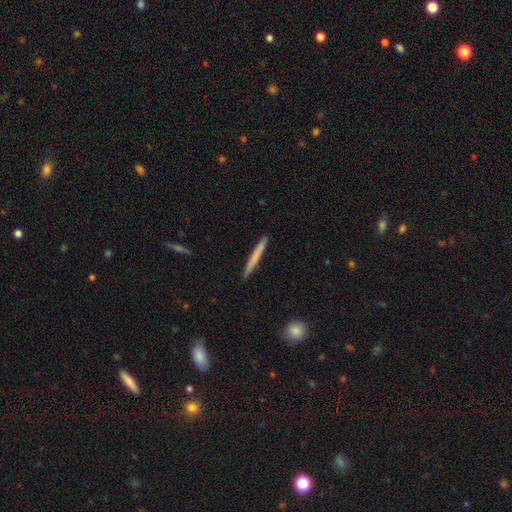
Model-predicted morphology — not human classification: Smooth or featured: smooth — 66% (featured or disk — 28%)
How rounded: cigar-shaped — 97% (in between — 2%)
Merging: none — 91% (minor disturbance — 6%)